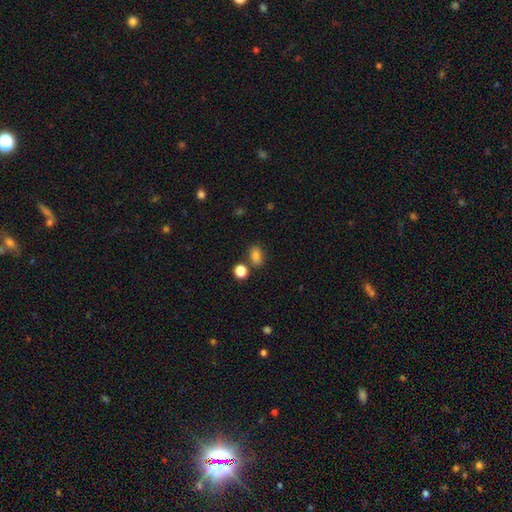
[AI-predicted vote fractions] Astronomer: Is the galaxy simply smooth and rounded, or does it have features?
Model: smooth — 82%.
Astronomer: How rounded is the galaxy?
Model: in between — 76%.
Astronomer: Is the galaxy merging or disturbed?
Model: none — 74%.